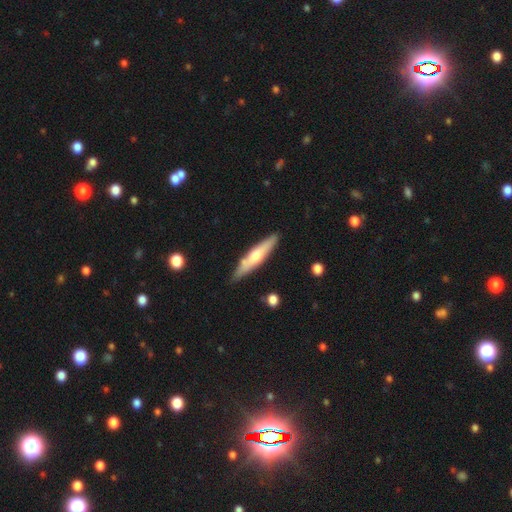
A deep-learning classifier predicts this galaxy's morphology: This is possibly a featured or disk galaxy (49%). Merging: clearly none (83%).